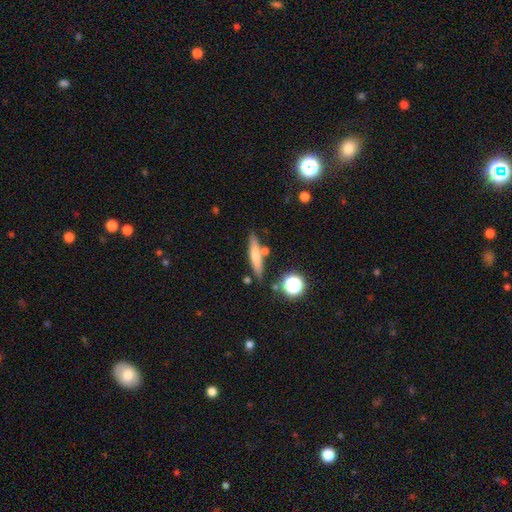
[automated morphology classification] smooth_or_featured: smooth (p=0.63) [alt: featured or disk p=0.28]
how_rounded: cigar-shaped (p=0.85) [alt: in between p=0.11]
merging: none (p=0.75) [alt: minor disturbance p=0.12]